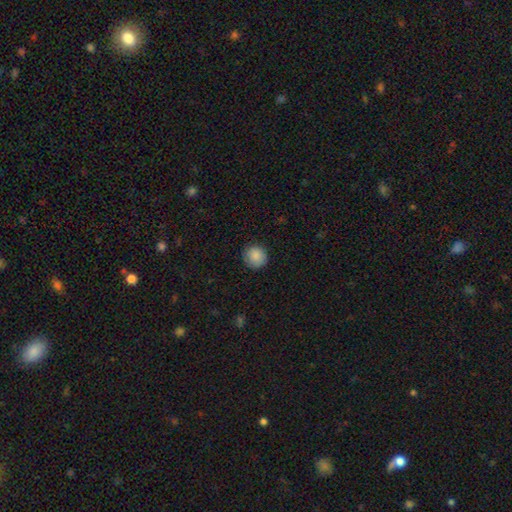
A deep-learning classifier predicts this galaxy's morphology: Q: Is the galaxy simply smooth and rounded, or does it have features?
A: smooth — 87%.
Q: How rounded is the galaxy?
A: round — 93%.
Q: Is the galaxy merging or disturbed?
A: none — 88%.